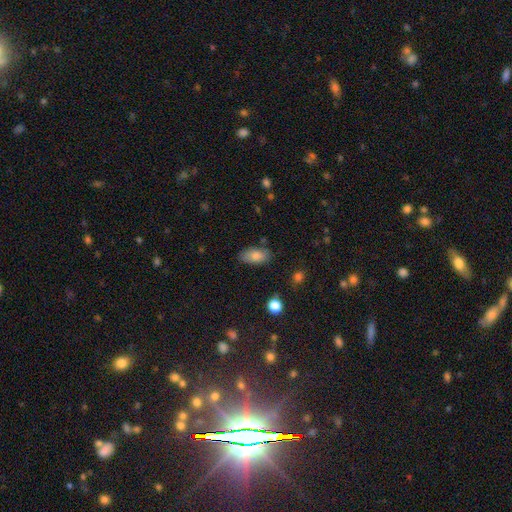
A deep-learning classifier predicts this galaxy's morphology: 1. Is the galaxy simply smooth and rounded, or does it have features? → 79% smooth, 12% featured or disk, 9% star or artifact.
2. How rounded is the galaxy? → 91% in between, 5% cigar-shaped, 4% round.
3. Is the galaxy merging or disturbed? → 81% none, 13% minor disturbance, 3% major disturbance, 2% merger.